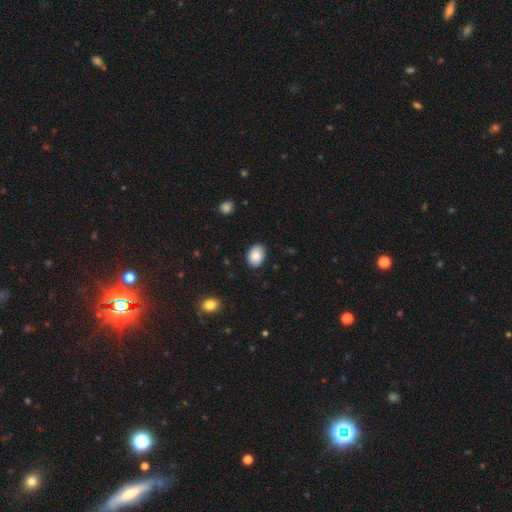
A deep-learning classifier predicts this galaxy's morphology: Smooth or featured?
  - smooth: 88% *
  - star or artifact: 7%
  - featured or disk: 5%
How rounded?
  - in between: 74% *
  - round: 25%
  - cigar-shaped: 1%
Merging?
  - none: 86% *
  - minor disturbance: 11%
  - major disturbance: 2%
  - merger: 1%